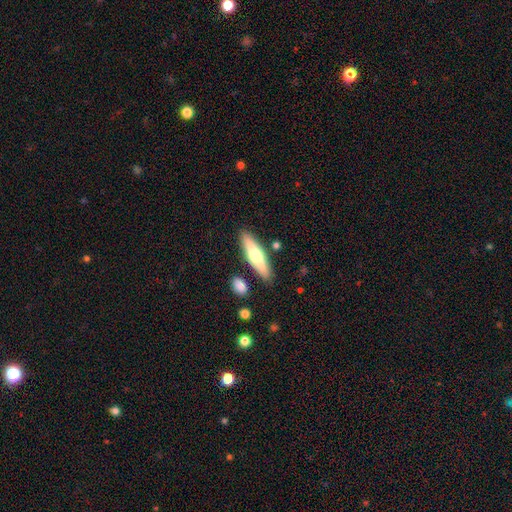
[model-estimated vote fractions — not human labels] smooth 49%, featured or disk 45%, star or artifact 6%. Down the decision tree: merging — none (85%).